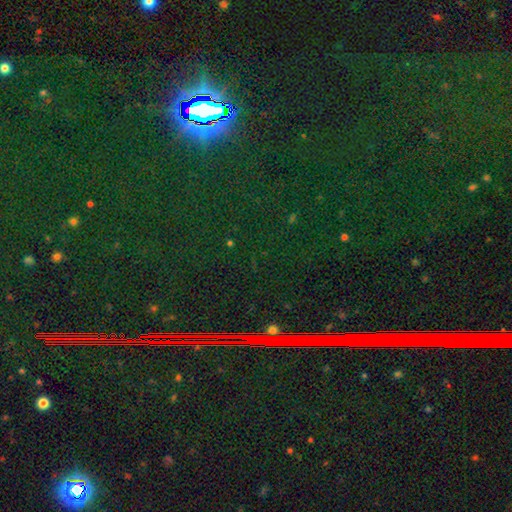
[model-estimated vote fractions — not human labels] Smooth or featured? star or artifact (85%)